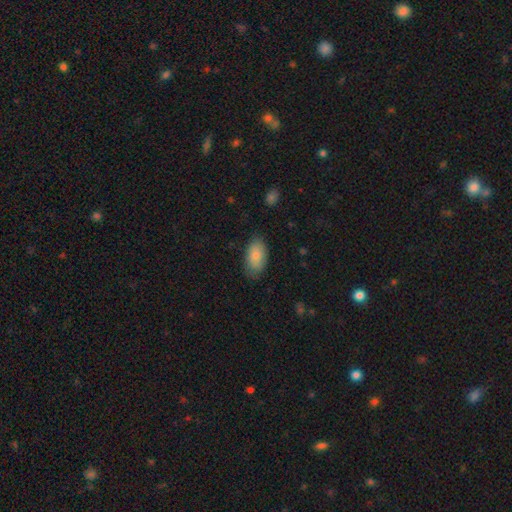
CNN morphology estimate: smooth-or-featured: smooth: 84% | featured or disk: 10% | star or artifact: 6%
  how-rounded: in between: 93% | round: 4% | cigar-shaped: 3%
  merging: none: 77% | minor disturbance: 18% | major disturbance: 4% | merger: 1%